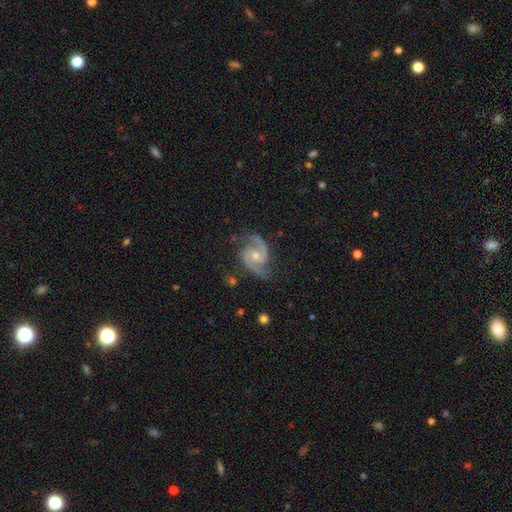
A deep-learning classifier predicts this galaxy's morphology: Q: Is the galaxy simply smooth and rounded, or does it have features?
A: featured or disk — 92%.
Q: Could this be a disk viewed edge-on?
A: no — 98%.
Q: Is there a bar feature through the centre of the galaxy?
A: no — 55%.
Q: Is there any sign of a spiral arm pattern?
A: yes — 98%.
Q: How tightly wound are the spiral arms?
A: medium — 62%.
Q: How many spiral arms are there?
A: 2 — 93%.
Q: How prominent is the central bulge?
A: moderate — 53%.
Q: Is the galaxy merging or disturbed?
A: none — 77%.